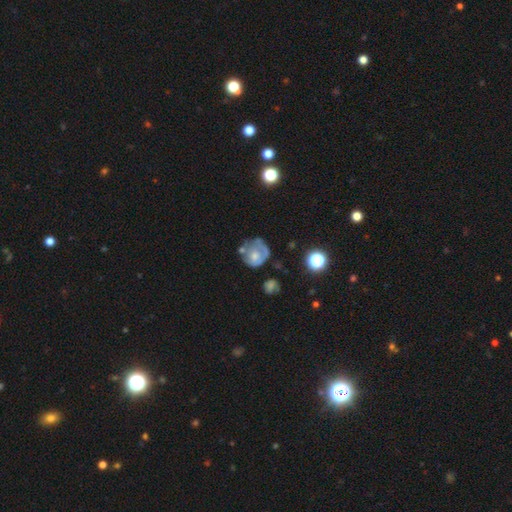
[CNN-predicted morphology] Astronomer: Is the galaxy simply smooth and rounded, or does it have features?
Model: featured or disk — 52% (runner-up: smooth, 40%).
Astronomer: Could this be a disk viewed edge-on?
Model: no — 97%.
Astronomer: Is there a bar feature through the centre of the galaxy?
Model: no — 86%.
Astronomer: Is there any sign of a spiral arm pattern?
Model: no — 60% (runner-up: yes, 40%).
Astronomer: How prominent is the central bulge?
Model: moderate — 52% (runner-up: small, 32%).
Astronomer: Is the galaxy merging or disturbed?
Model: none — 43% (runner-up: minor disturbance, 27%).